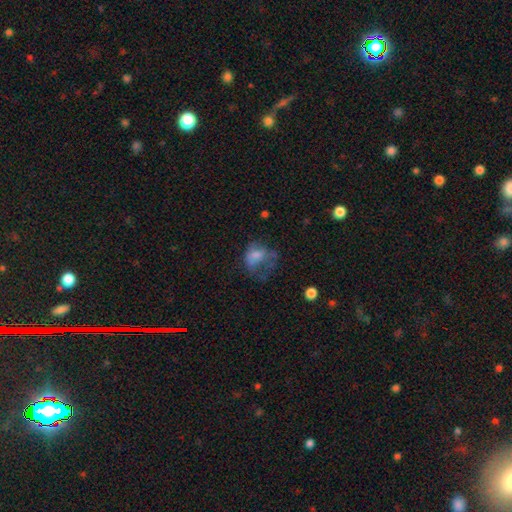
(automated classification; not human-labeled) A smooth galaxy with no disk features (54%) that is in between round and cigar-shaped (54%).

Vote fractions:
- Smooth or featured? smooth: 54% / featured or disk: 32% / star or artifact: 14%
- How rounded? in between: 54% / round: 45% / cigar-shaped: 1%
- Merging? major disturbance: 44% / none: 30% / minor disturbance: 22% / merger: 3%